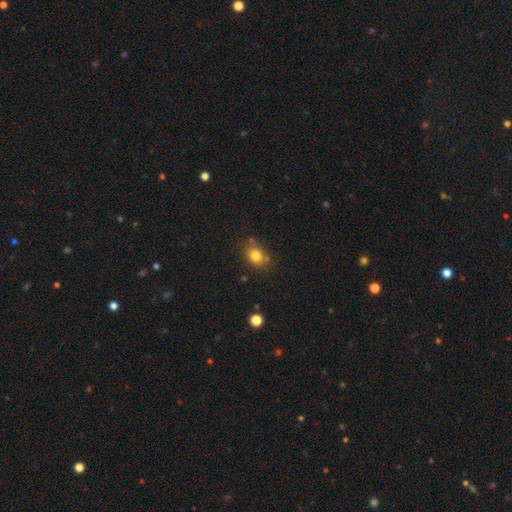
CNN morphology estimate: smooth-or-featured: smooth: 80% | star or artifact: 11% | featured or disk: 9%
  how-rounded: in between: 53% | round: 46% | cigar-shaped: 1%
  merging: none: 73% | minor disturbance: 18% | merger: 5% | major disturbance: 4%